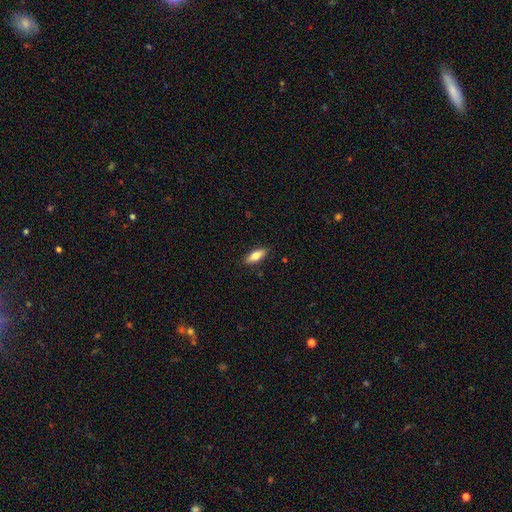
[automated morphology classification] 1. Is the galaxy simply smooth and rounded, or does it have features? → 71% smooth, 23% featured or disk, 6% star or artifact.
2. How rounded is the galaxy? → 67% in between, 30% cigar-shaped, 3% round.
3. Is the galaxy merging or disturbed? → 88% none, 9% minor disturbance, 2% major disturbance, 1% merger.